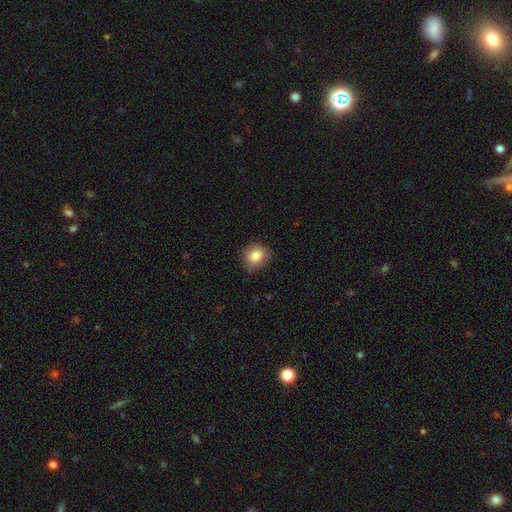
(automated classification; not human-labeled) Morphology: type=smooth (82%); roundness=round (76%); merging=none (81%).